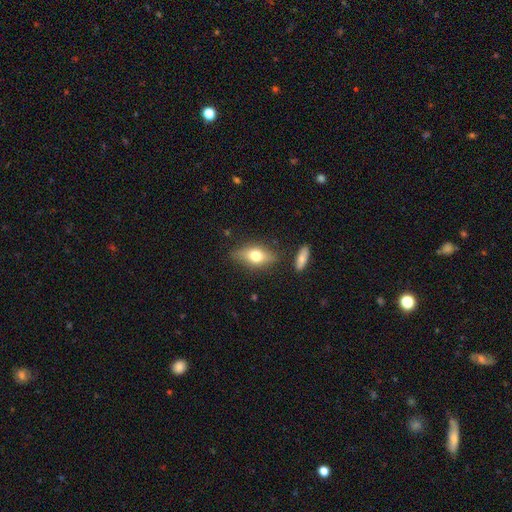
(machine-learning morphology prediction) A smooth galaxy with no disk features (61%) that is in between round and cigar-shaped (76%).

Vote fractions:
- Smooth or featured? smooth: 61% / featured or disk: 31% / star or artifact: 8%
- How rounded? in between: 76% / cigar-shaped: 16% / round: 8%
- Merging? none: 78% / minor disturbance: 15% / major disturbance: 4% / merger: 3%